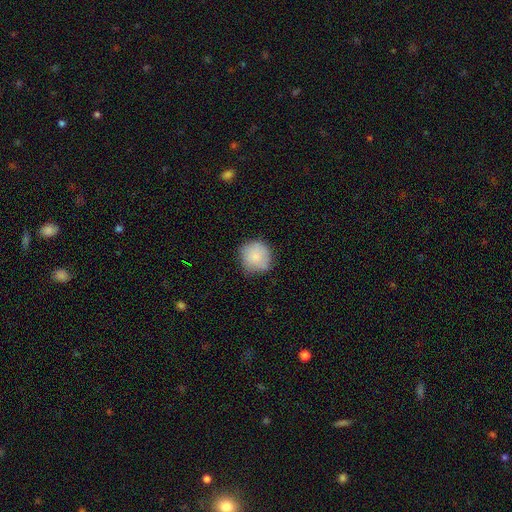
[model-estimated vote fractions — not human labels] smooth_or_featured: smooth (p=0.83) [alt: featured or disk p=0.10]
how_rounded: round (p=0.91) [alt: in between p=0.08]
merging: none (p=0.69) [alt: minor disturbance p=0.24]